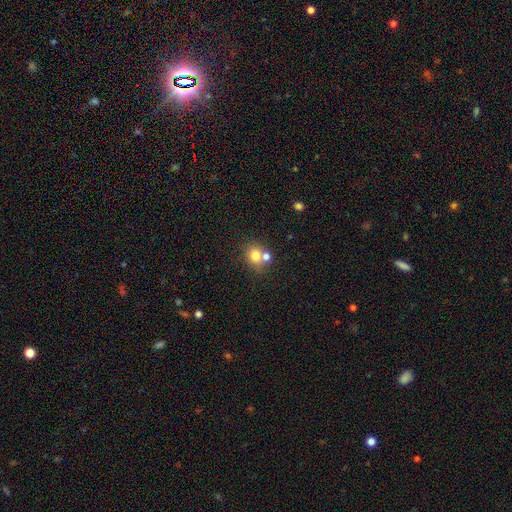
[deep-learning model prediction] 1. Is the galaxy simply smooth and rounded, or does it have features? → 76% smooth, 12% star or artifact, 12% featured or disk.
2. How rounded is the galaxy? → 78% round, 21% in between, 1% cigar-shaped.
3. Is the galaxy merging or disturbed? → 52% none, 36% merger, 9% minor disturbance, 3% major disturbance.